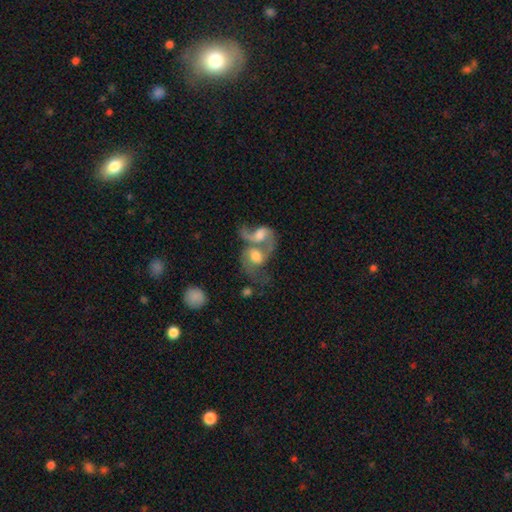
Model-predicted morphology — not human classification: The model was most divided on "bulge size": moderate: 48%, large: 28%, small: 14%, none: 8%, dominant: 3%. More confident: edge-on disk — no (97%); merging — merger (79%); spiral arms — yes (78%); bar — no (64%); smooth or featured — featured or disk (63%).